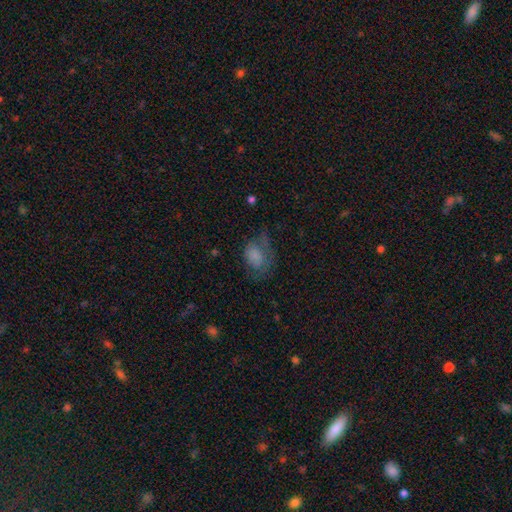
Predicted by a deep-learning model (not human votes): Smooth or featured? Predicted: smooth (p=0.70). How rounded? Predicted: in between (p=0.71). Merging? Predicted: none (p=0.38).